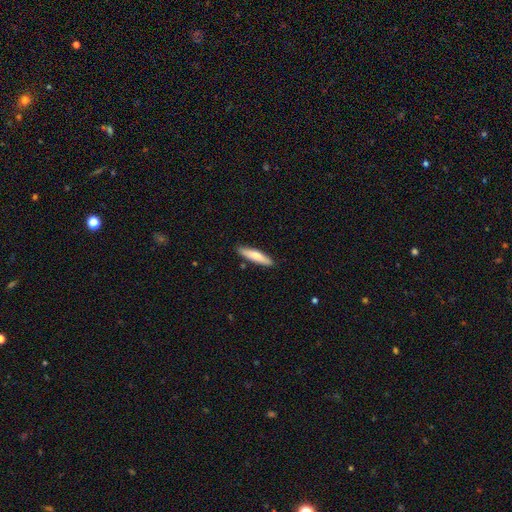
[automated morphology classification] Smooth or featured? smooth (72%)
How rounded? cigar-shaped (80%)
Merging? none (88%)